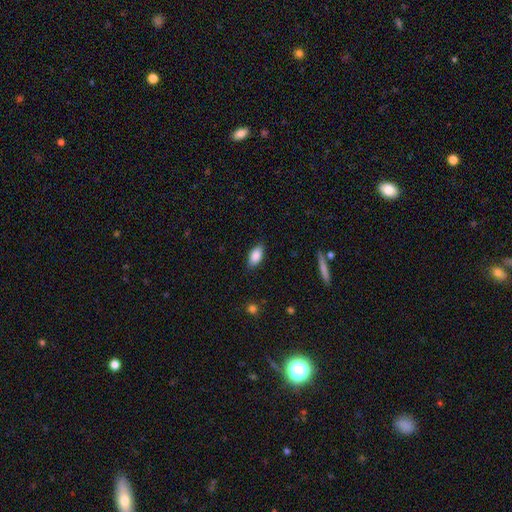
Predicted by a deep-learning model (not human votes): smooth 87%, star or artifact 7%, featured or disk 6%. Down the decision tree: how rounded — in between (90%); merging — none (86%).